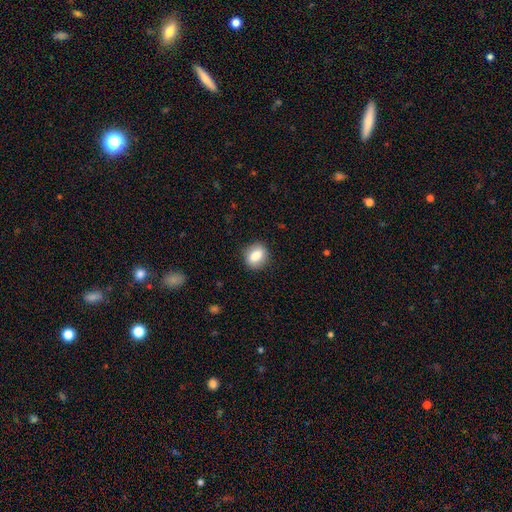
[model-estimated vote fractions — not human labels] smooth 77%, featured or disk 15%, star or artifact 8%. Down the decision tree: how rounded — round (64%); merging — none (88%).